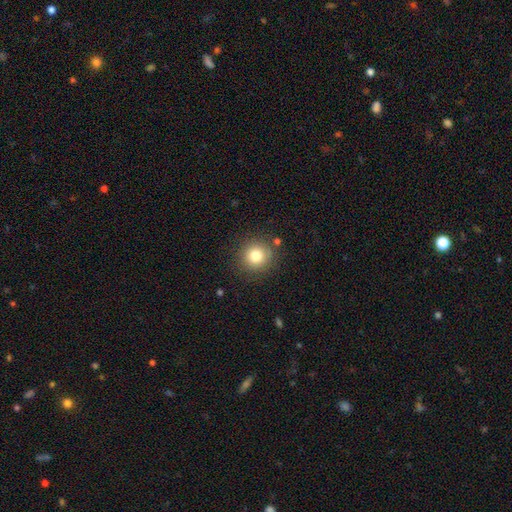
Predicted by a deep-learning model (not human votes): Smooth or featured: smooth — 80% (star or artifact — 12%)
How rounded: round — 93% (in between — 6%)
Merging: none — 86% (minor disturbance — 8%)